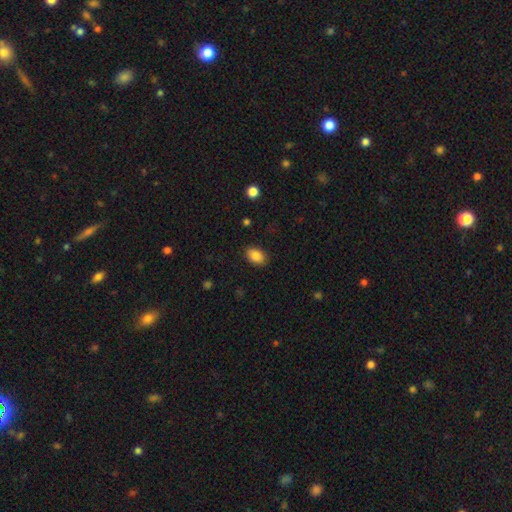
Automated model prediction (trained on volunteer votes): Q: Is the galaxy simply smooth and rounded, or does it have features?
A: smooth — 87%.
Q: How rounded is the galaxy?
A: in between — 83%.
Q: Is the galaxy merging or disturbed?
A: none — 87%.